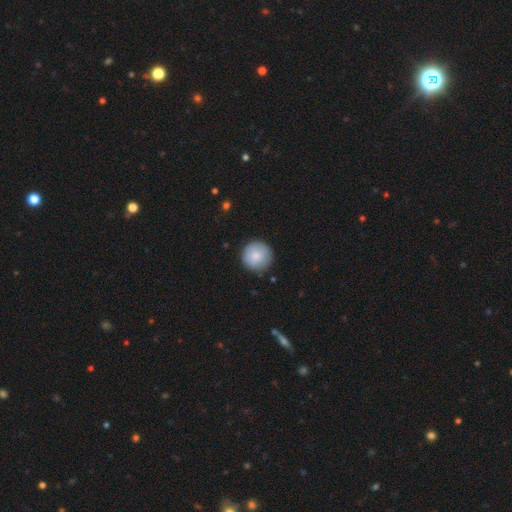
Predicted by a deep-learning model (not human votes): Overall: smooth (85%). How rounded: round (96%). Merging: none (88%).